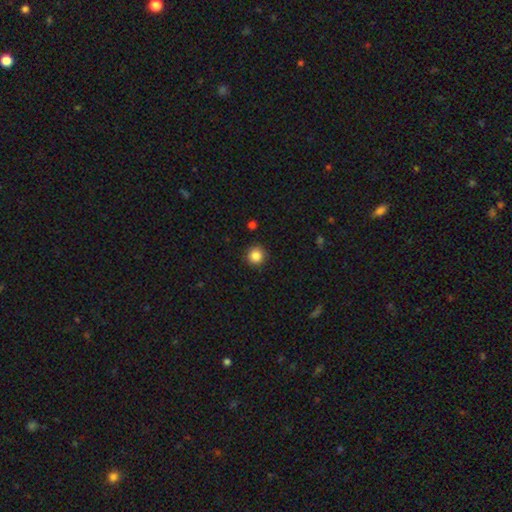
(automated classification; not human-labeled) smooth_or_featured: smooth (p=0.86) [alt: star or artifact p=0.10]
how_rounded: round (p=0.94) [alt: in between p=0.05]
merging: none (p=0.90) [alt: minor disturbance p=0.07]